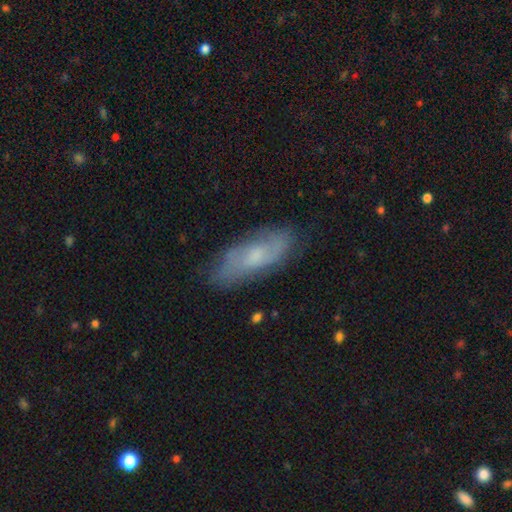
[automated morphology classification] This appears to be a featured or disk galaxy (49%). Merging: none (75%).